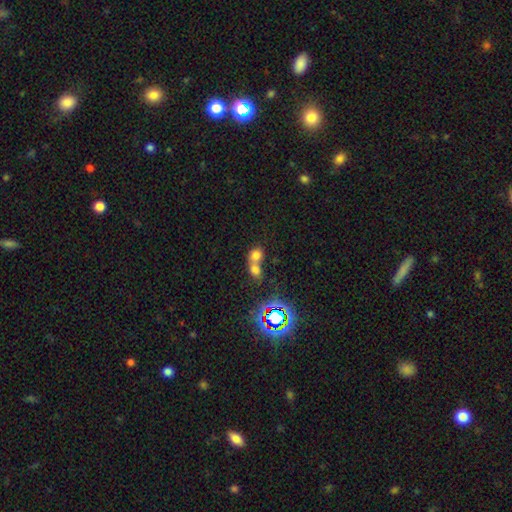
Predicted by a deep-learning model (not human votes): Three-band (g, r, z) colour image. It shows a smooth galaxy with no disk features (68%) that is round (65%). Merging: merger (69%).